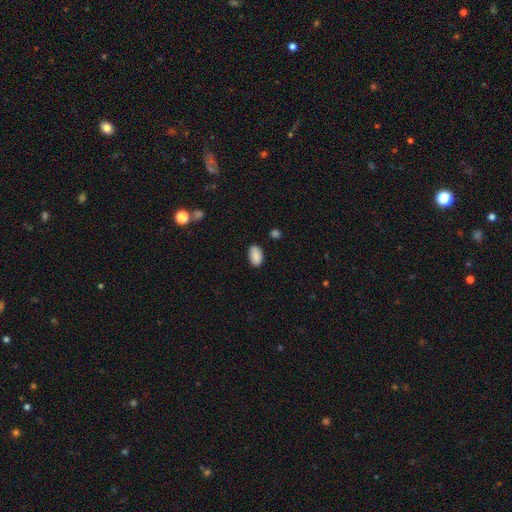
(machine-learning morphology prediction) Overall: smooth (87%). How rounded: in between (93%). Merging: none (81%).